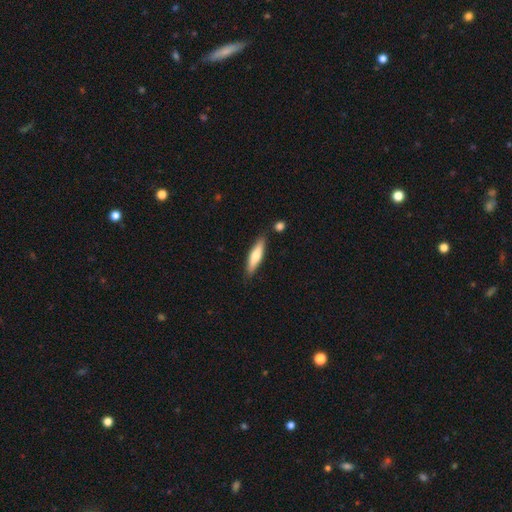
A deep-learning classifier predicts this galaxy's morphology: type=smooth (64%); roundness=cigar-shaped (76%); merging=none (83%).